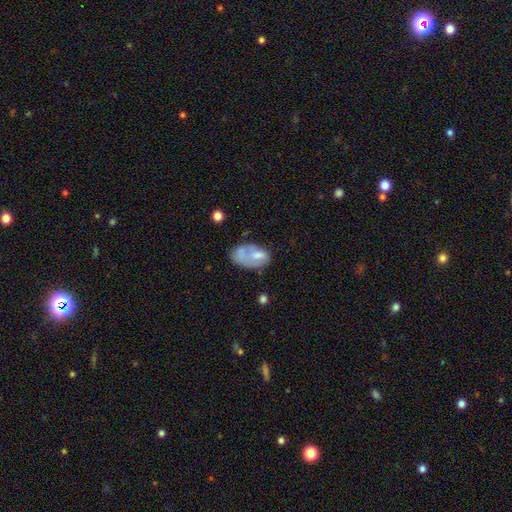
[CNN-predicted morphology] smooth_or_featured: smooth (p=0.60) [alt: featured or disk p=0.31]
how_rounded: in between (p=0.91) [alt: round p=0.07]
merging: none (p=0.32) [alt: minor disturbance p=0.27]